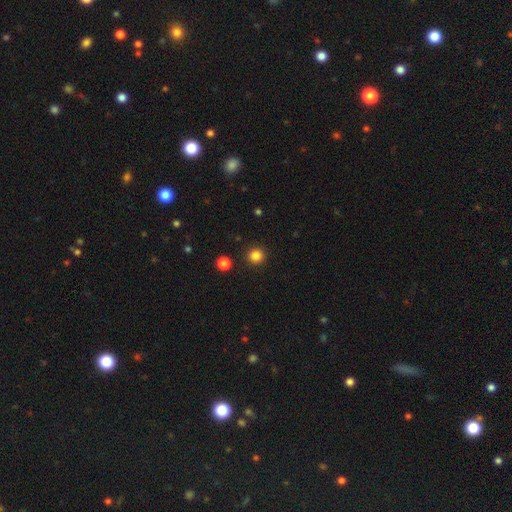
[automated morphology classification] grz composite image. It shows a smooth galaxy with no disk features (84%) that is round (95%). Merging: none (92%).